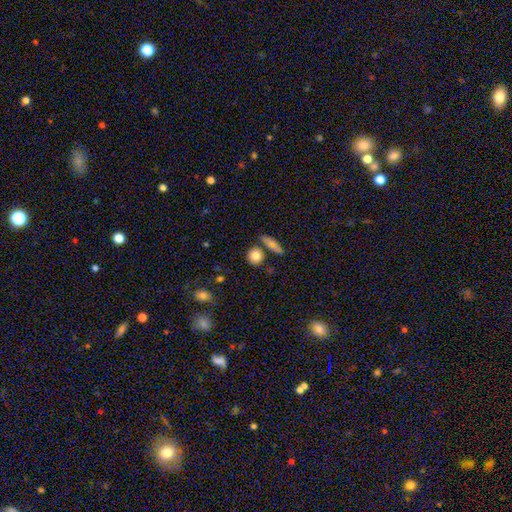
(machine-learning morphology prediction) Smooth or featured? Predicted: smooth (p=0.81). How rounded? Predicted: round (p=0.79). Merging? Predicted: none (p=0.75).